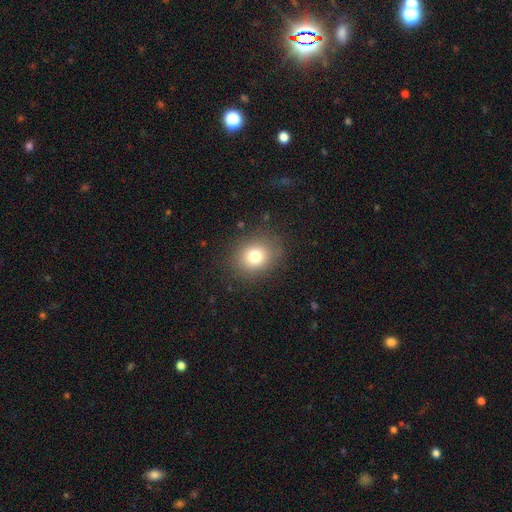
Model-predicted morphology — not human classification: type=smooth (77%); roundness=round (71%); merging=none (88%).